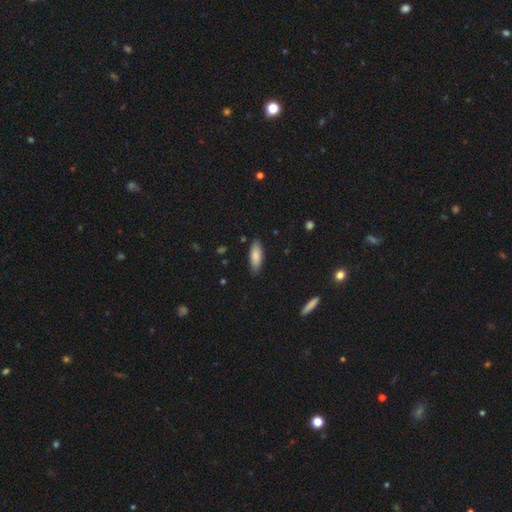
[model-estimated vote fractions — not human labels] Smooth or featured?
  - smooth: 84% *
  - featured or disk: 10%
  - star or artifact: 6%
How rounded?
  - in between: 67% *
  - cigar-shaped: 31%
  - round: 2%
Merging?
  - none: 84% *
  - minor disturbance: 13%
  - major disturbance: 2%
  - merger: 1%